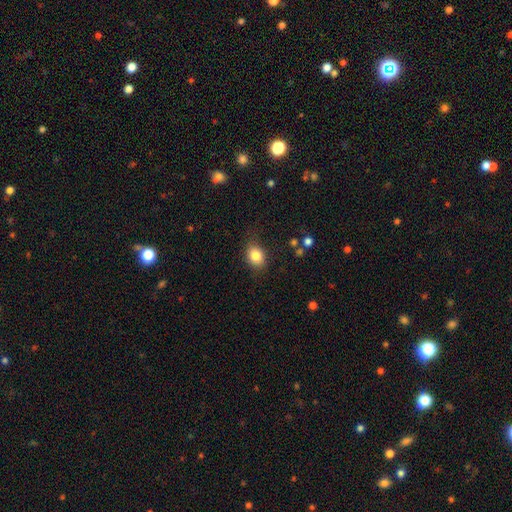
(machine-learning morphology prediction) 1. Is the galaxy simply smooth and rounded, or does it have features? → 83% smooth, 9% star or artifact, 7% featured or disk.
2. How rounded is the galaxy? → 56% in between, 43% round, 1% cigar-shaped.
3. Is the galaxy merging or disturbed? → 77% none, 17% minor disturbance, 5% major disturbance, 2% merger.